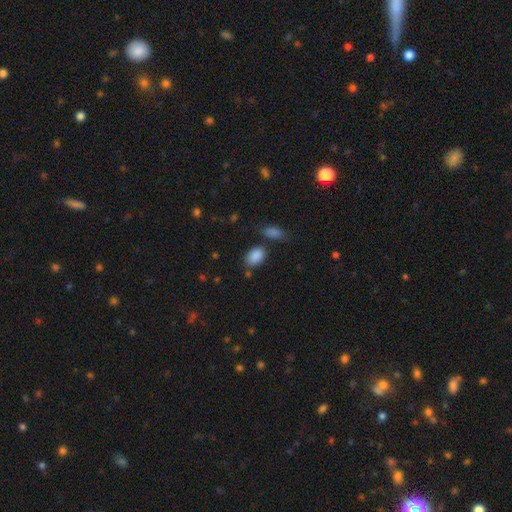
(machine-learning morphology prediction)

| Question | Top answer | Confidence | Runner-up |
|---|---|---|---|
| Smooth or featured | smooth | 88% | star or artifact (8%) |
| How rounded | in between | 88% | round (11%) |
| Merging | none | 71% | minor disturbance (15%) |